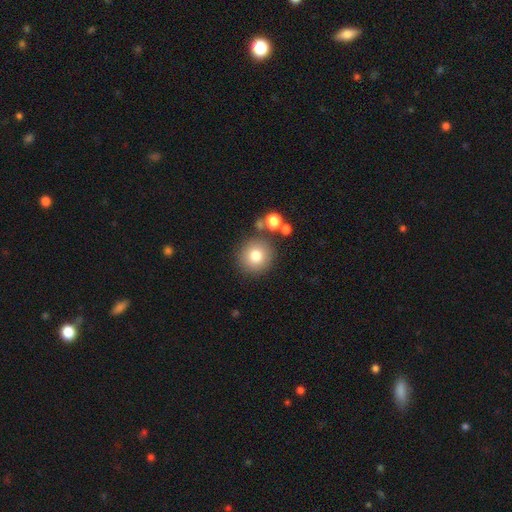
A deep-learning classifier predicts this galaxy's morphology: Smooth or featured? Predicted: smooth (p=0.79). How rounded? Predicted: round (p=0.93). Merging? Predicted: none (p=0.82).